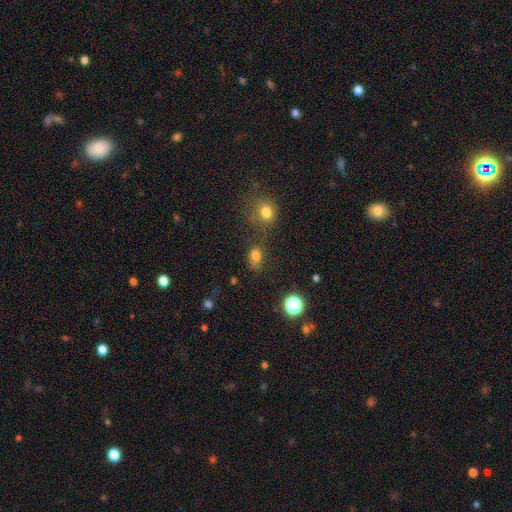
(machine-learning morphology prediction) smooth 77%, star or artifact 16%, featured or disk 7%. Down the decision tree: how rounded — in between (68%); merging — none (67%).